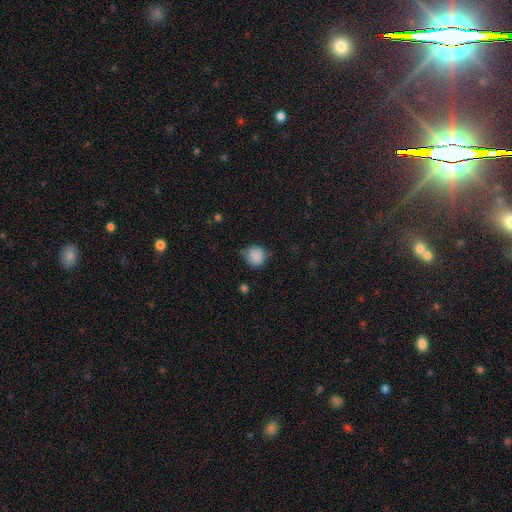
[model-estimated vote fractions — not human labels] A smooth galaxy with no disk features (87%) that is round (86%).

Vote fractions:
- Smooth or featured? smooth: 87% / star or artifact: 9% / featured or disk: 4%
- How rounded? round: 86% / in between: 13% / cigar-shaped: 1%
- Merging? none: 68% / minor disturbance: 24% / major disturbance: 6% / merger: 2%